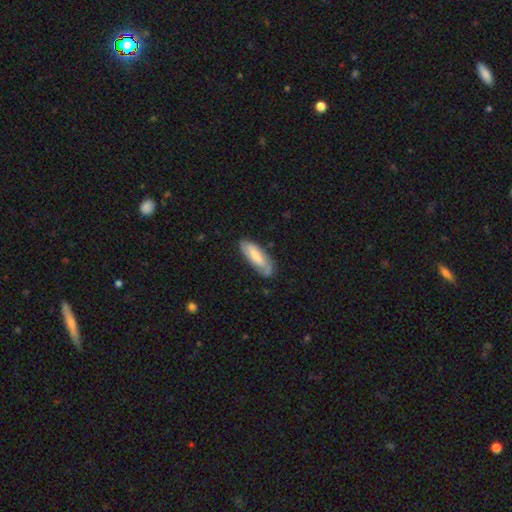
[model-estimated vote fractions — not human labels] This appears to be a smooth galaxy with no disk features (58%) that is in between round and cigar-shaped (64%). Merging: none (77%).